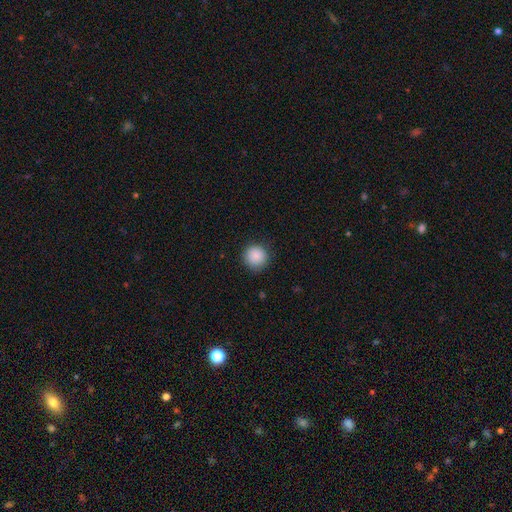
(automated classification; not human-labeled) Q: Smooth or featured?
A: smooth (88%); runner-up: star or artifact (9%)
Q: How rounded?
A: round (94%); runner-up: in between (5%)
Q: Merging?
A: none (87%); runner-up: minor disturbance (9%)